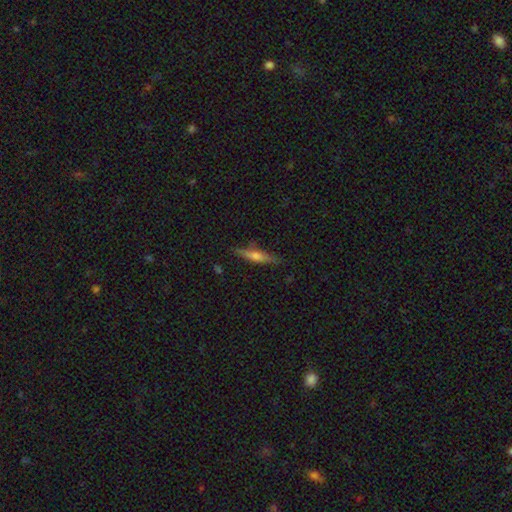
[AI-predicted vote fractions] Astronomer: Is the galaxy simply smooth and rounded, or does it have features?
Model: featured or disk — 47% (runner-up: smooth, 46%).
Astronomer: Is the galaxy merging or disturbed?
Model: none — 82%.